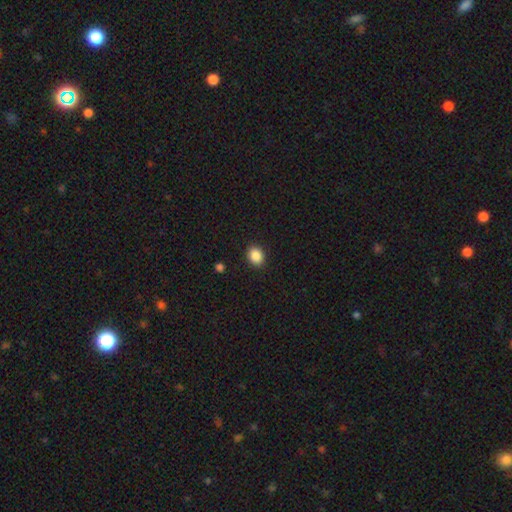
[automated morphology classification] Smooth or featured: smooth — 88% (star or artifact — 9%)
How rounded: in between — 54% (round — 45%)
Merging: none — 90% (minor disturbance — 7%)